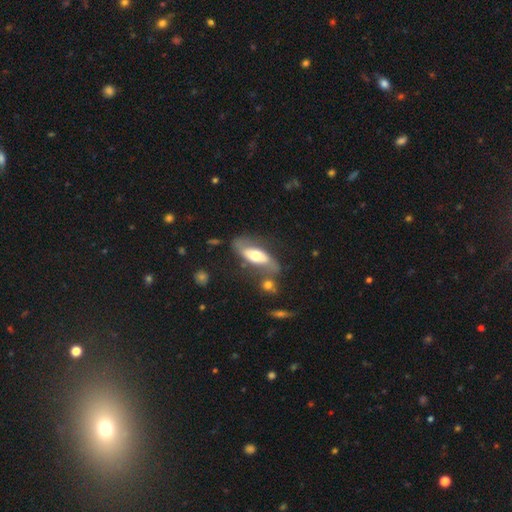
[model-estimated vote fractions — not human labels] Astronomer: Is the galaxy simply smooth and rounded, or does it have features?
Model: featured or disk — 56% (runner-up: smooth, 38%).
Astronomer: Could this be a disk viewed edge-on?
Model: no — 76%.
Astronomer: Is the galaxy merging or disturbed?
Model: none — 54%.